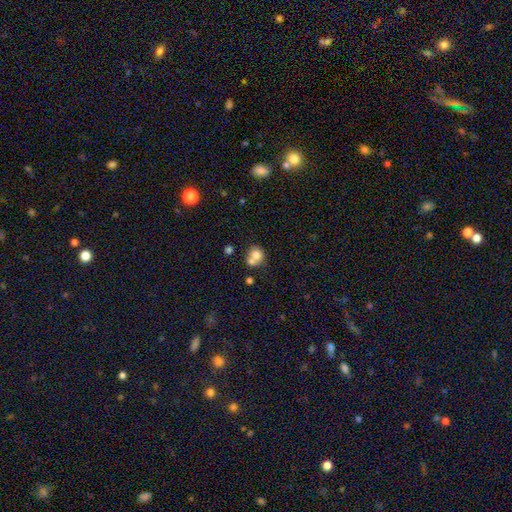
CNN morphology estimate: This appears to be a smooth galaxy with no disk features (72%) that is round (78%). Merging: merger (49%).